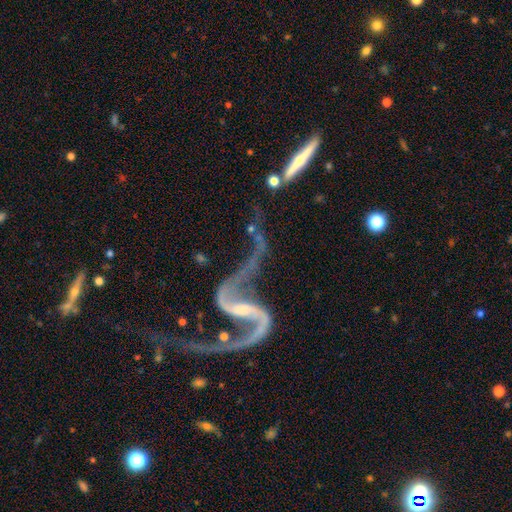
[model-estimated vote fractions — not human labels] Q: Smooth or featured?
A: featured or disk (89%); runner-up: star or artifact (7%)
Q: Edge-on disk?
A: no (94%); runner-up: yes (6%)
Q: Bar?
A: weak (39%); runner-up: strong (34%)
Q: Spiral arms?
A: yes (94%); runner-up: no (6%)
Q: Spiral winding?
A: loose (83%); runner-up: medium (13%)
Q: Spiral arm count?
A: 2 (91%); runner-up: 1 (4%)
Q: Bulge size?
A: small (55%); runner-up: none (28%)
Q: Merging?
A: none (36%); runner-up: major disturbance (29%)